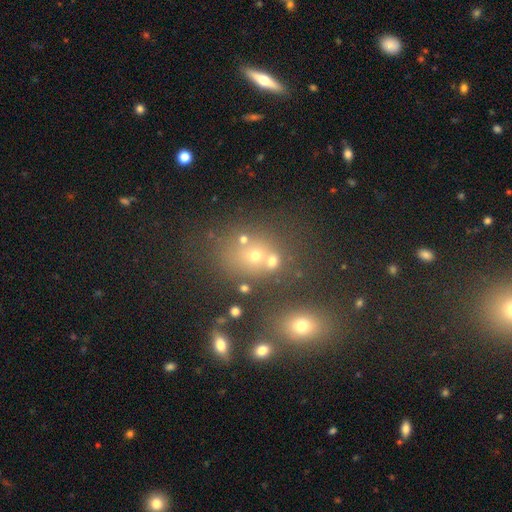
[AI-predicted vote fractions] Morphology: type=smooth (57%); roundness=round (65%); merging=none (50%).